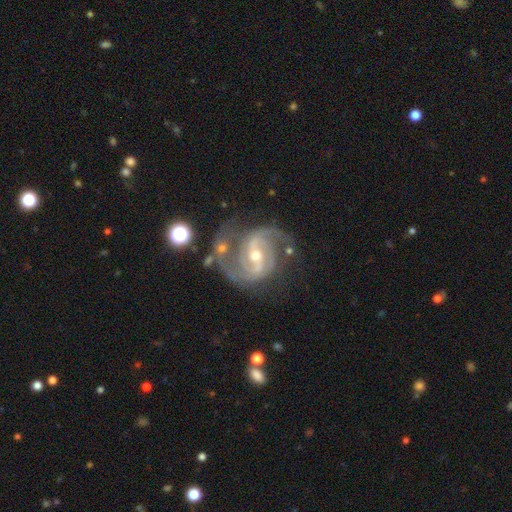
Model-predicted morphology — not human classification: Smooth or featured: featured or disk — 92% (star or artifact — 5%)
Edge-on disk: no — 98% (yes — 2%)
Bar: weak — 46% (strong — 37%)
Spiral arms: yes — 98% (no — 2%)
Spiral winding: medium — 59% (tight — 29%)
Spiral arm count: 2 — 74% (3 — 15%)
Bulge size: moderate — 55% (small — 41%)
Merging: none — 60% (minor disturbance — 20%)